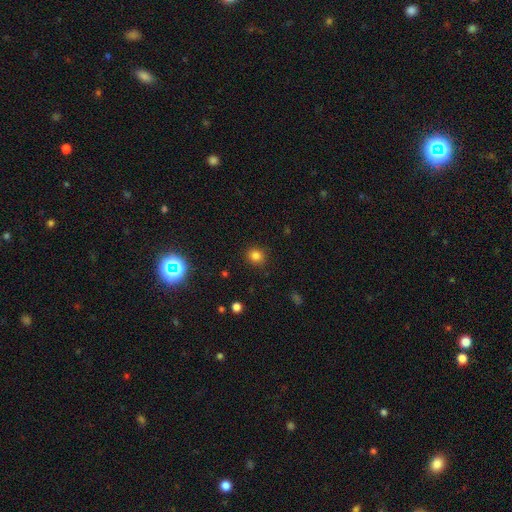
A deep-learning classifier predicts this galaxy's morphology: Q: Smooth or featured?
A: smooth (81%); runner-up: star or artifact (14%)
Q: How rounded?
A: round (86%); runner-up: in between (13%)
Q: Merging?
A: none (89%); runner-up: minor disturbance (7%)